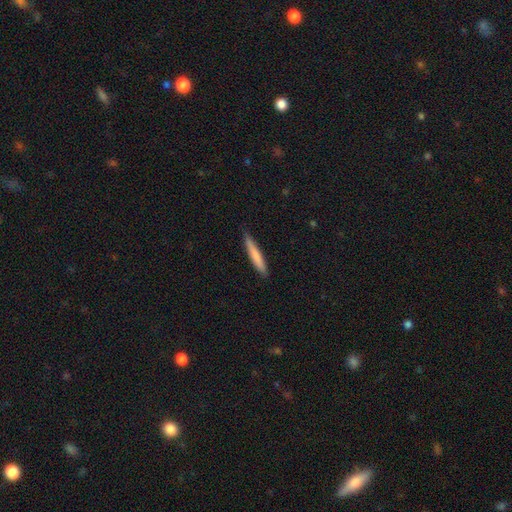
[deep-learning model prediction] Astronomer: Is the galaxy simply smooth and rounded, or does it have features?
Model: smooth — 75%.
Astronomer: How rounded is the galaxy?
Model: cigar-shaped — 94%.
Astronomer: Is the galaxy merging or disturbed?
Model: none — 87%.